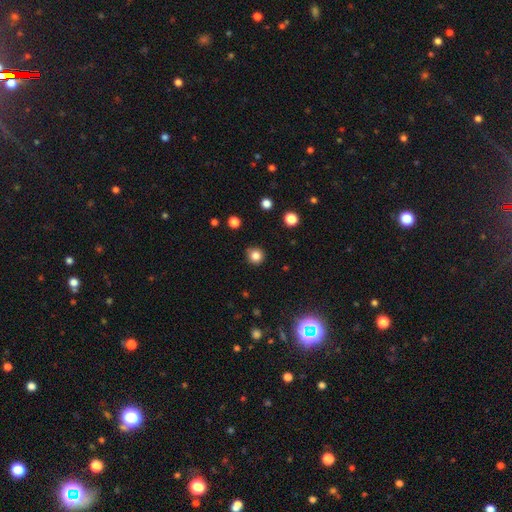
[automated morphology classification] Smooth or featured? smooth (83%)
How rounded? round (94%)
Merging? none (89%)